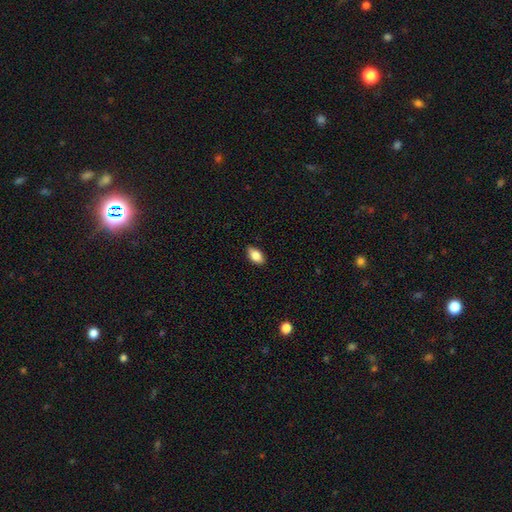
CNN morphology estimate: Smooth or featured? Predicted: smooth (p=0.84). How rounded? Predicted: in between (p=0.91). Merging? Predicted: none (p=0.88).